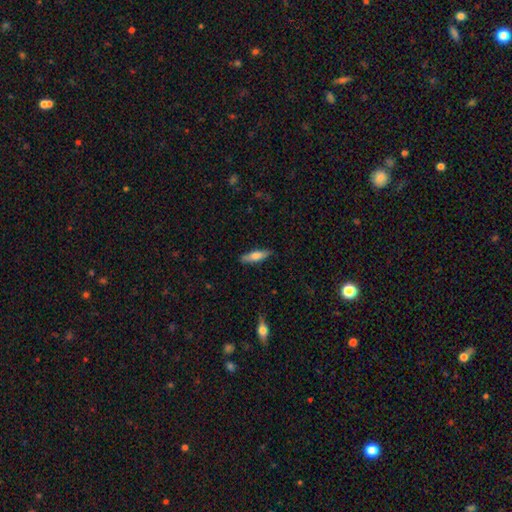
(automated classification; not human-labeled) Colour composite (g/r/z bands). It shows a smooth galaxy with no disk features (64%) that is cigar-shaped (64%). Merging: none (86%).